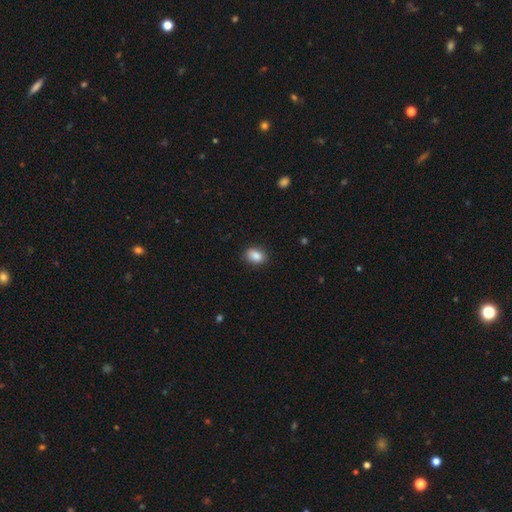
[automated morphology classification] Overall: smooth (88%). How rounded: in between (79%). Merging: none (86%).